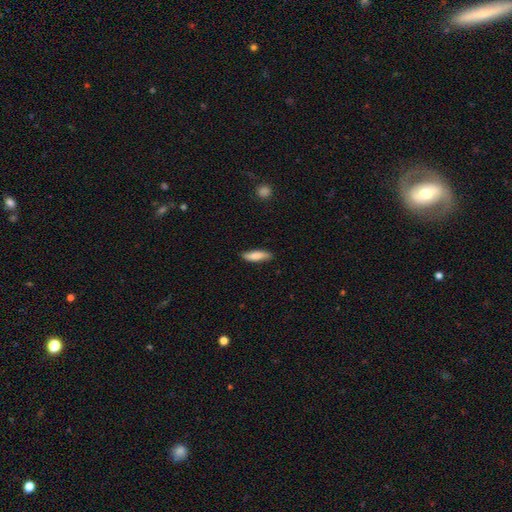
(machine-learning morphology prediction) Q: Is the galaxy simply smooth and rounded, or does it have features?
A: smooth — 80%.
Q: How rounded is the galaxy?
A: cigar-shaped — 57%.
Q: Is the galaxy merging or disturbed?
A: none — 83%.